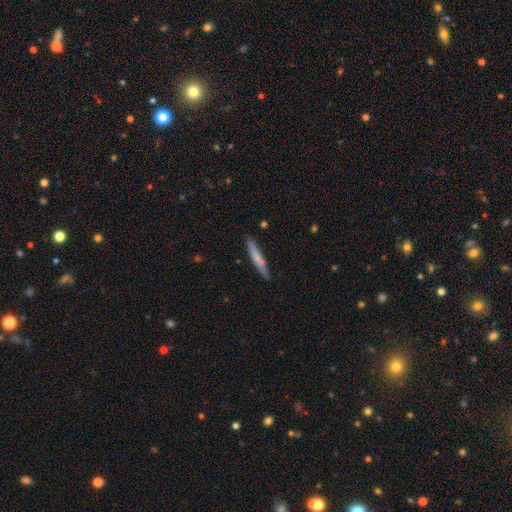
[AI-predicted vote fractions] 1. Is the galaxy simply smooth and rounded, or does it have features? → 52% smooth, 42% featured or disk, 6% star or artifact.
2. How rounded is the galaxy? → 95% cigar-shaped, 3% in between, 1% round.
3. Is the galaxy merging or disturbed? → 85% none, 11% minor disturbance, 2% major disturbance, 2% merger.